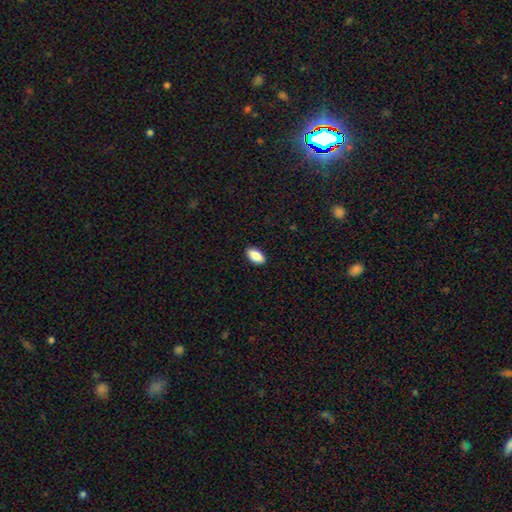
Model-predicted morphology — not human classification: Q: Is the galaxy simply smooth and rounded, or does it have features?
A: smooth — 89%.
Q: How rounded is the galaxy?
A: in between — 93%.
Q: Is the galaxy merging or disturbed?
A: none — 90%.